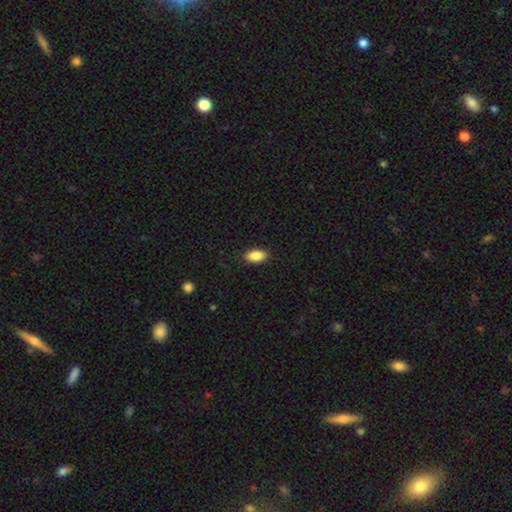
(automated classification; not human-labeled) Smooth or featured?
  - smooth: 88% *
  - star or artifact: 7%
  - featured or disk: 5%
How rounded?
  - in between: 92% *
  - round: 5%
  - cigar-shaped: 4%
Merging?
  - none: 88% *
  - minor disturbance: 9%
  - major disturbance: 2%
  - merger: 1%